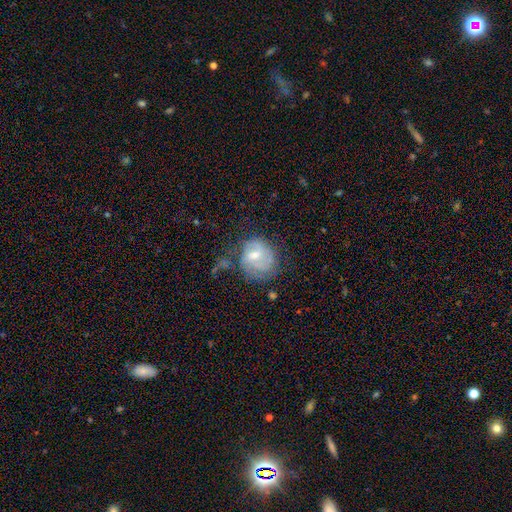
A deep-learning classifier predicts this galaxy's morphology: This is possibly a featured or disk galaxy (58%). It is clearly not viewed edge-on (98%). Bar: possibly weak (53%). Spiral arm pattern: likely yes (76%). Central bulge: possibly moderate (51%). Merging: possibly none (47%).